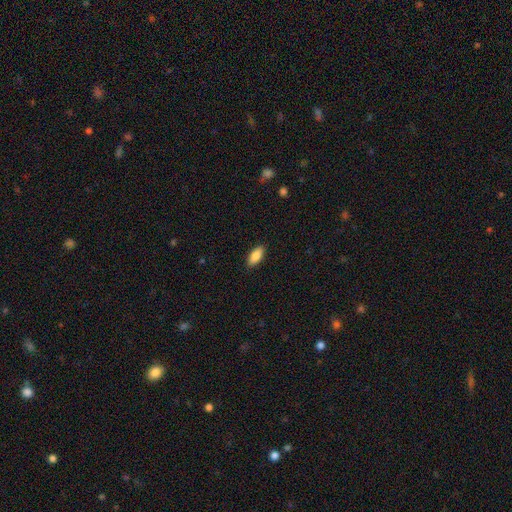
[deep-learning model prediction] Smooth or featured? smooth (86%)
How rounded? in between (85%)
Merging? none (89%)